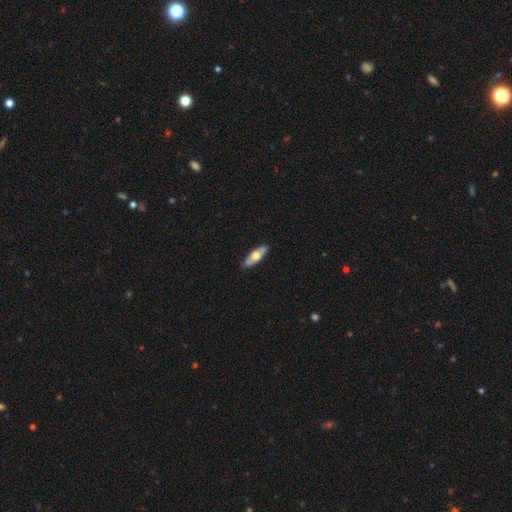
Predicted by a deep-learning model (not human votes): Smooth or featured? Predicted: smooth (p=0.53). How rounded? Predicted: in between (p=0.57). Merging? Predicted: none (p=0.88).